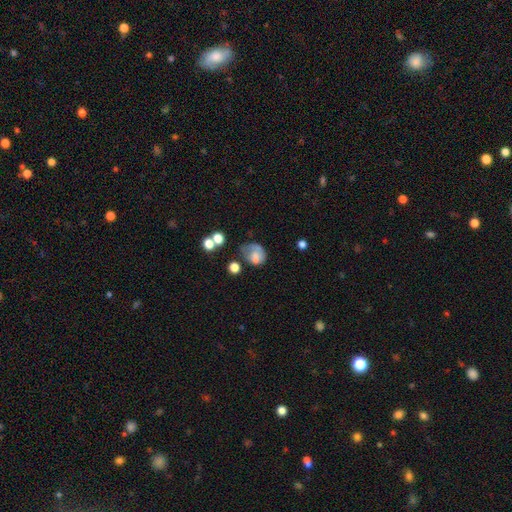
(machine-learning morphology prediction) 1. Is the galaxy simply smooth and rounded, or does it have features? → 61% smooth, 26% featured or disk, 13% star or artifact.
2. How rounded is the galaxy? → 50% in between, 49% round, 1% cigar-shaped.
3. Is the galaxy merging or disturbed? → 31% major disturbance, 29% none, 27% minor disturbance, 13% merger.